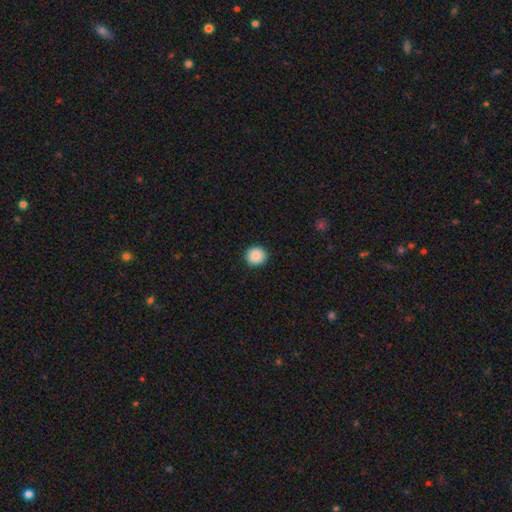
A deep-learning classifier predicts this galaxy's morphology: type=smooth (88%); roundness=round (92%); merging=none (92%).